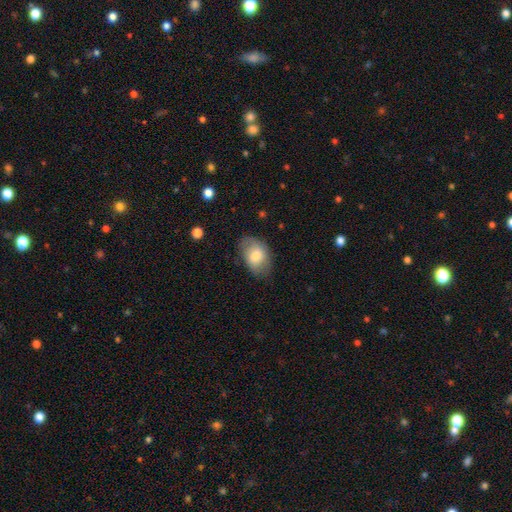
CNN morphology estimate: A smooth galaxy with no disk features (75%) that is in between round and cigar-shaped (86%).

Vote fractions:
- Smooth or featured? smooth: 75% / featured or disk: 18% / star or artifact: 7%
- How rounded? in between: 86% / round: 13% / cigar-shaped: 1%
- Merging? none: 73% / minor disturbance: 20% / major disturbance: 6% / merger: 1%